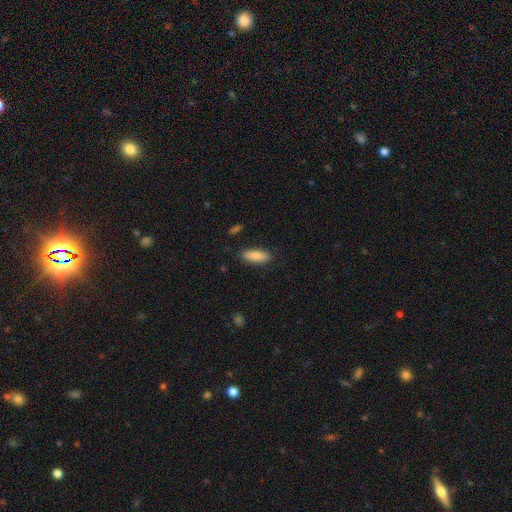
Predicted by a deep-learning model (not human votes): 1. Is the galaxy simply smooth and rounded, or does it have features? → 86% smooth, 7% featured or disk, 6% star or artifact.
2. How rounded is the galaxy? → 68% in between, 30% cigar-shaped, 2% round.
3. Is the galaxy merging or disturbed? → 85% none, 11% minor disturbance, 2% major disturbance, 1% merger.